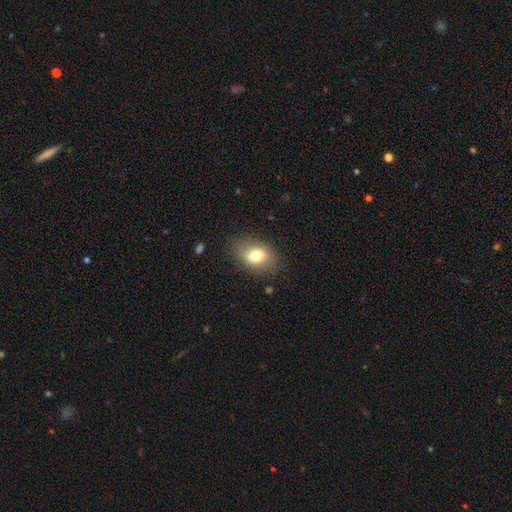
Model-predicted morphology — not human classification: This is likely a smooth galaxy (75%). How rounded: likely in between (79%). Merging: clearly none (81%).